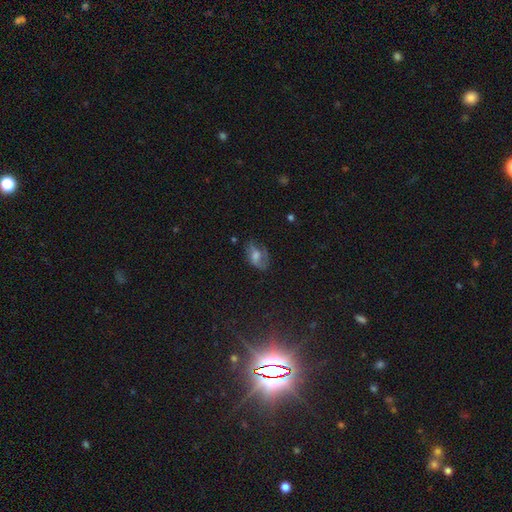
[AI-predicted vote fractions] smooth-or-featured: featured or disk: 42% (tied) | smooth: 42% (tied) | star or artifact: 16%
  merging: none: 51% | minor disturbance: 27% | major disturbance: 19% | merger: 3%